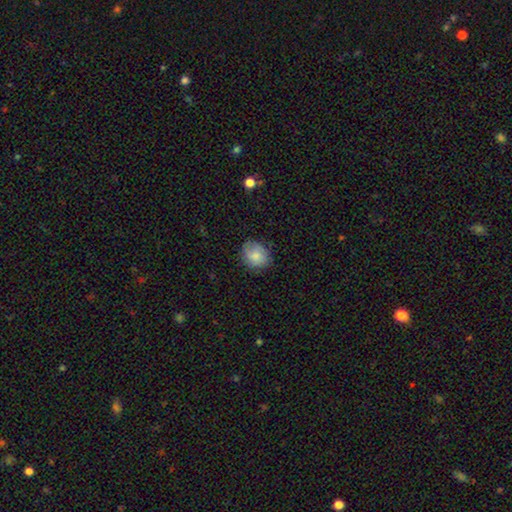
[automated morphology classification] This is likely a smooth galaxy (76%). How rounded: likely round (67%). Merging: likely none (74%).